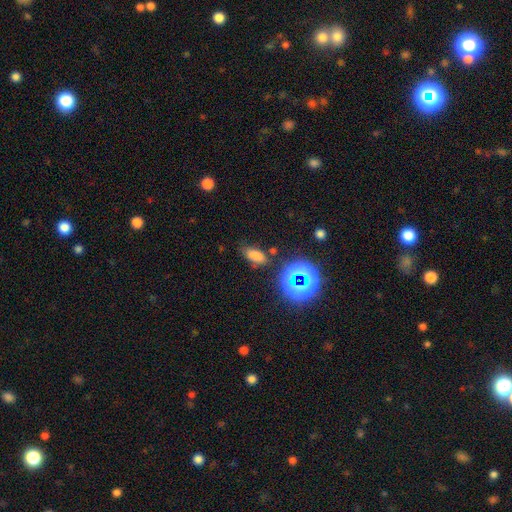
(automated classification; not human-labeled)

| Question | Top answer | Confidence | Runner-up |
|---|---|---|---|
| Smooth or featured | smooth | 68% | star or artifact (24%) |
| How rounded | in between | 86% | round (7%) |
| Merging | none | 74% | minor disturbance (15%) |